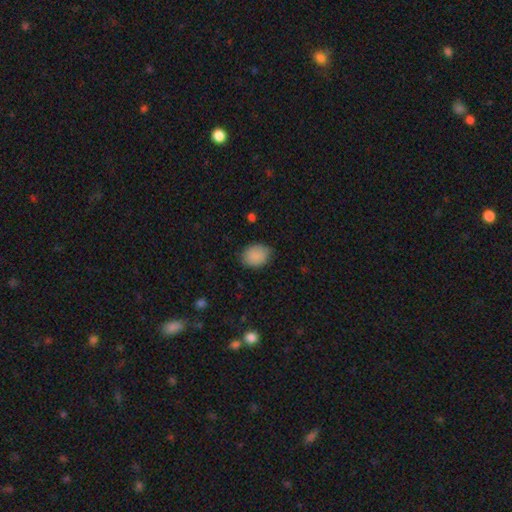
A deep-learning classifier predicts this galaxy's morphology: This appears to be a smooth galaxy with no disk features (89%) that is in between round and cigar-shaped (56%). Merging: none (81%).